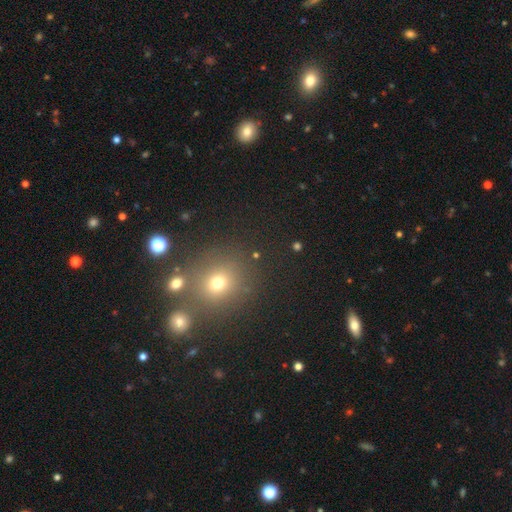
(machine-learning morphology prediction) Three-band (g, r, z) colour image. It shows a smooth galaxy with no disk features (58%) that is round (84%). Merging: none (77%).